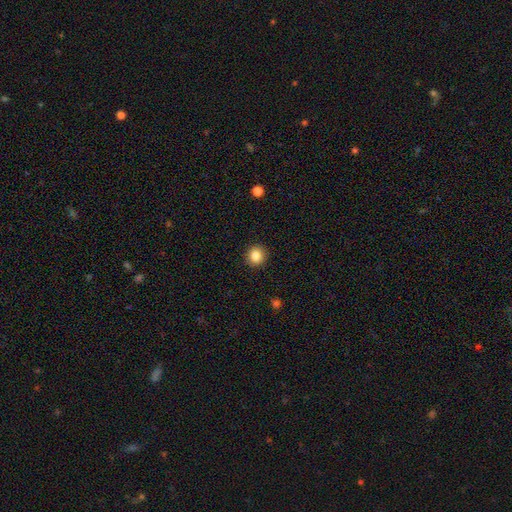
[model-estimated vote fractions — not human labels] smooth_or_featured: smooth (p=0.85) [alt: star or artifact p=0.10]
how_rounded: round (p=0.89) [alt: in between p=0.10]
merging: none (p=0.91) [alt: minor disturbance p=0.06]